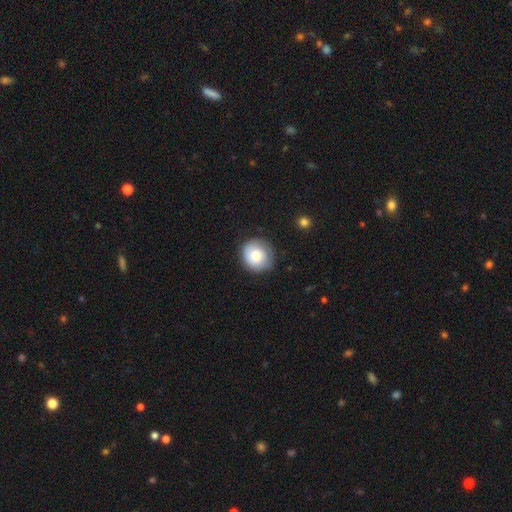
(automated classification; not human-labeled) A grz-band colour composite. It shows a smooth galaxy with no disk features (68%) that is round (87%). Merging: none (78%).